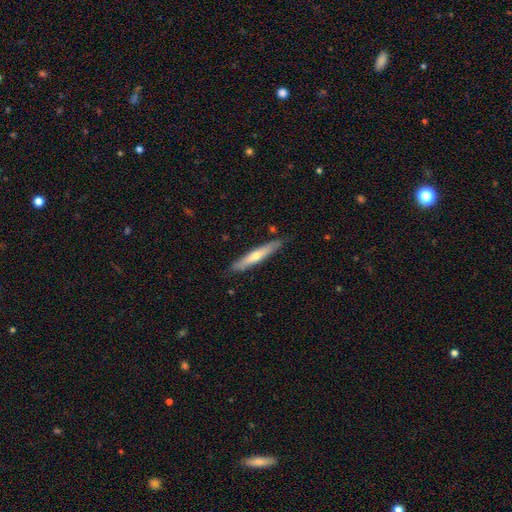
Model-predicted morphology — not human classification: A featured or disk galaxy (50%) viewed edge-on (89%).

Vote fractions:
- Smooth or featured? featured or disk: 50% / smooth: 44% / star or artifact: 6%
- Edge-on disk? yes: 89% / no: 11%
- Merging? none: 86% / minor disturbance: 10% / major disturbance: 2% / merger: 2%